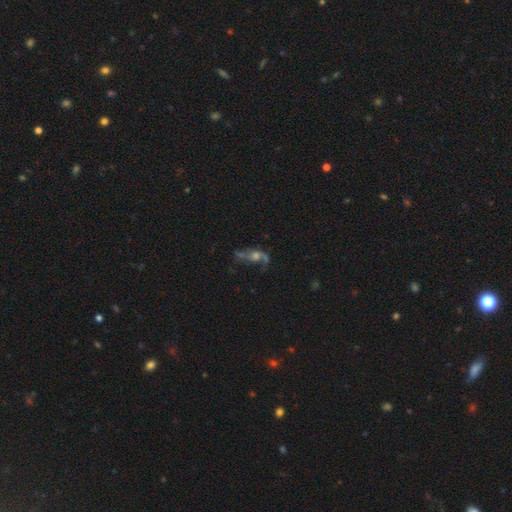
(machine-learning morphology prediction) Overall: featured or disk (62%). Edge-on disk: no (82%). Bar: no (72%). Spiral arms: yes (70%; no 30%). Bulge size: moderate (46%; small 27%). Merging: none (45%; major disturbance 28%).